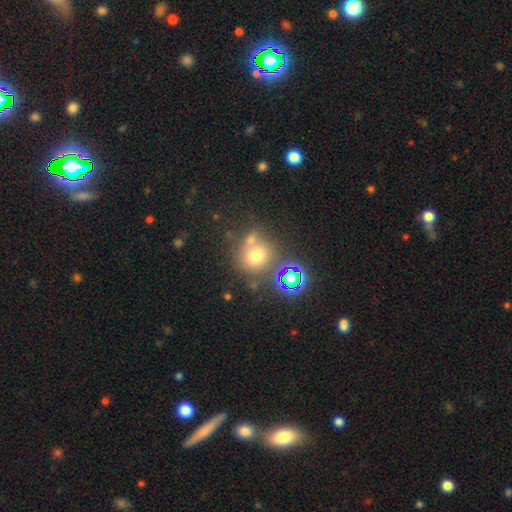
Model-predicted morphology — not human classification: This is likely a smooth galaxy (65%). How rounded: clearly round (87%). Merging: possibly none (58%).